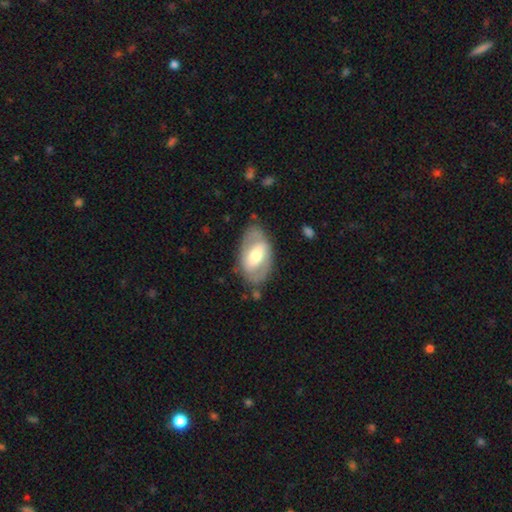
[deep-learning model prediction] Smooth or featured: featured or disk — 60% (smooth — 34%)
Edge-on disk: no — 93% (yes — 7%)
Bar: weak — 38% (strong — 35%)
Spiral arms: yes — 52% (no — 48%)
Bulge size: moderate — 59% (large — 21%)
Merging: none — 76% (minor disturbance — 16%)